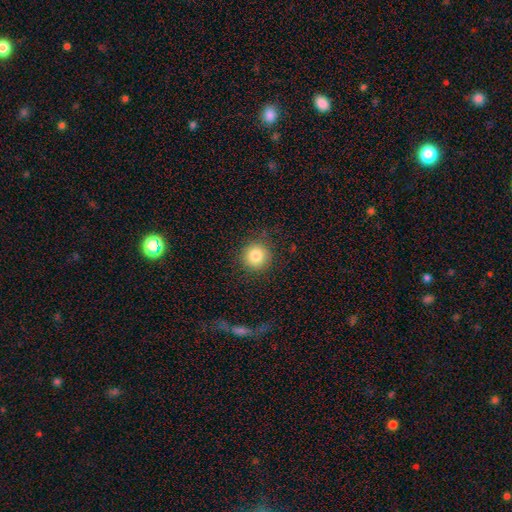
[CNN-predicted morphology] The model was most divided on "smooth or featured": smooth: 84%, star or artifact: 10%, featured or disk: 6%. More confident: how rounded — round (92%); merging — none (88%).